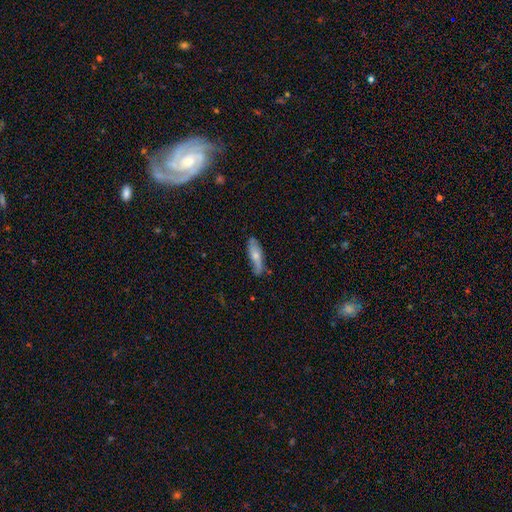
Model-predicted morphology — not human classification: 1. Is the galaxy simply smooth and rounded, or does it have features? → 53% smooth, 40% featured or disk, 6% star or artifact.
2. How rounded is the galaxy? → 50% in between, 48% cigar-shaped, 2% round.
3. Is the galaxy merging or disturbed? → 66% none, 26% minor disturbance, 6% major disturbance, 2% merger.